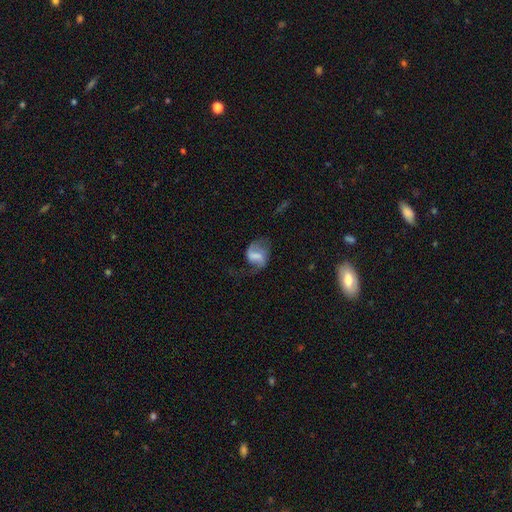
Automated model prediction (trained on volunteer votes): smooth_or_featured: featured or disk (p=0.63) [alt: smooth p=0.28]
disk_edge_on: no (p=0.97) [alt: yes p=0.03]
bar: weak (p=0.44) [alt: strong p=0.34]
has_spiral_arms: yes (p=0.85) [alt: no p=0.15]
spiral_winding: loose (p=0.61) [alt: medium p=0.31]
spiral_arm_count: 2 (p=0.78) [alt: 1 p=0.14]
bulge_size: none (p=0.49) [alt: small p=0.18]
merging: none (p=0.47) [alt: major disturbance p=0.29]